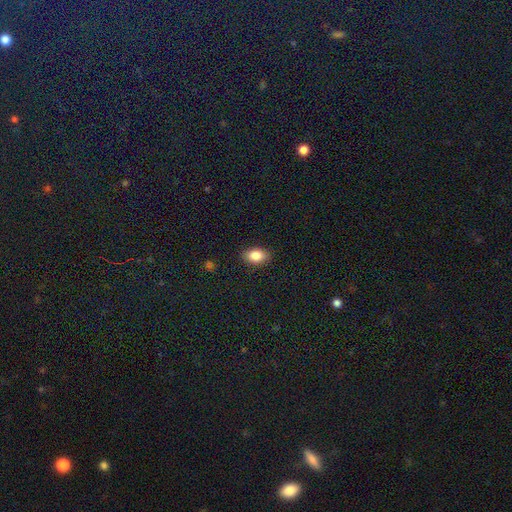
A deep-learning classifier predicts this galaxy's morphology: This appears to be a smooth galaxy with no disk features (85%) that is in between round and cigar-shaped (85%). Merging: none (88%).